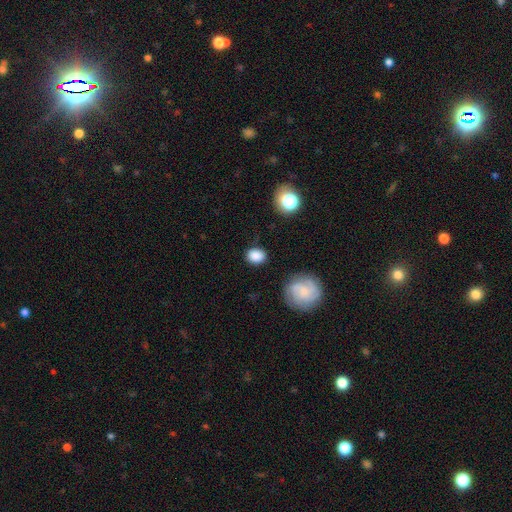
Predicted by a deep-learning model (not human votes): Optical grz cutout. It shows a smooth galaxy with no disk features (83%) that is round (54%). Merging: none (80%).